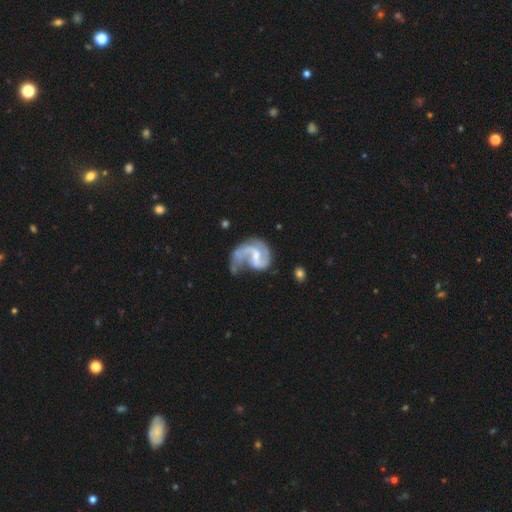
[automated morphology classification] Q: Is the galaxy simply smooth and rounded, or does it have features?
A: featured or disk — 87%.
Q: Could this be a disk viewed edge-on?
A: no — 98%.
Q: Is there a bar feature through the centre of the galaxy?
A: weak — 55%.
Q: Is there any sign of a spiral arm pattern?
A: yes — 95%.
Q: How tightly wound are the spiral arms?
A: medium — 45%.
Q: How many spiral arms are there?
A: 2 — 75%.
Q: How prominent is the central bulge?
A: small — 52%.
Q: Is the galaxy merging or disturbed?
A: major disturbance — 35%.